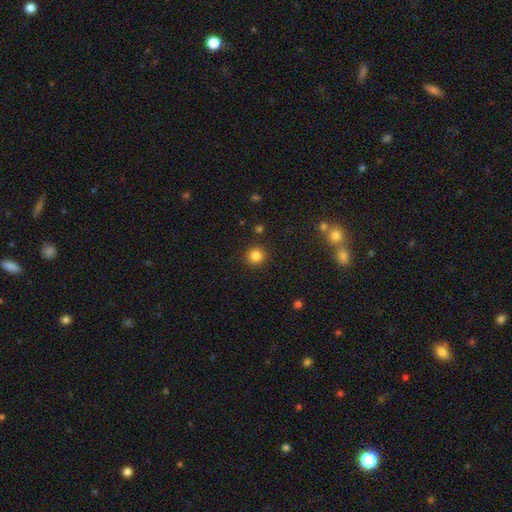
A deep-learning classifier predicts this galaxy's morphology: Smooth or featured: smooth — 83% (star or artifact — 12%)
How rounded: round — 93% (in between — 6%)
Merging: none — 91% (minor disturbance — 6%)